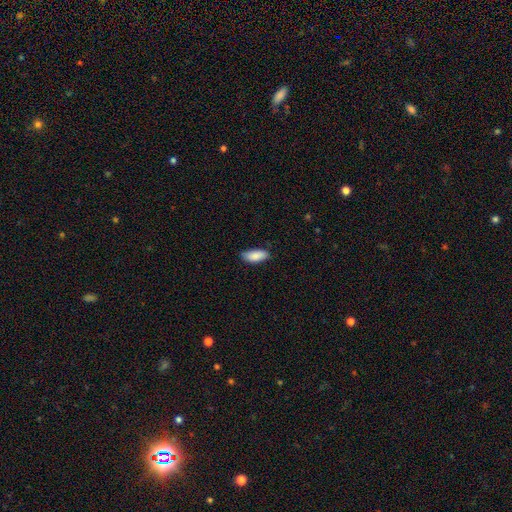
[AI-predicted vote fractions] A smooth galaxy with no disk features (88%) that is in between round and cigar-shaped (84%).

Vote fractions:
- Smooth or featured? smooth: 88% / featured or disk: 7% / star or artifact: 6%
- How rounded? in between: 84% / cigar-shaped: 15% / round: 2%
- Merging? none: 82% / minor disturbance: 14% / major disturbance: 2% / merger: 1%